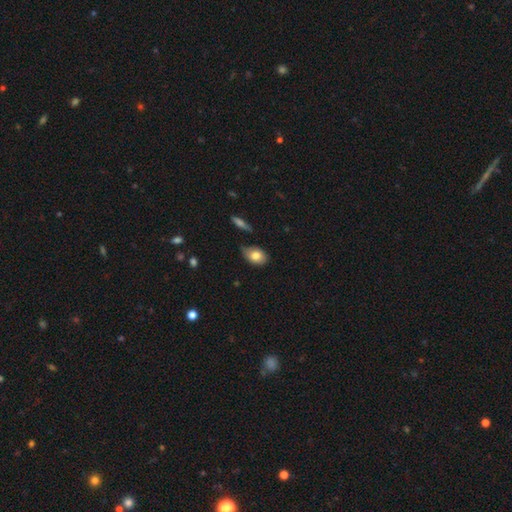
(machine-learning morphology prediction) A smooth galaxy with no disk features (78%) that is in between round and cigar-shaped (82%).

Vote fractions:
- Smooth or featured? smooth: 78% / featured or disk: 15% / star or artifact: 8%
- How rounded? in between: 82% / round: 16% / cigar-shaped: 2%
- Merging? none: 66% / minor disturbance: 26% / major disturbance: 5% / merger: 3%